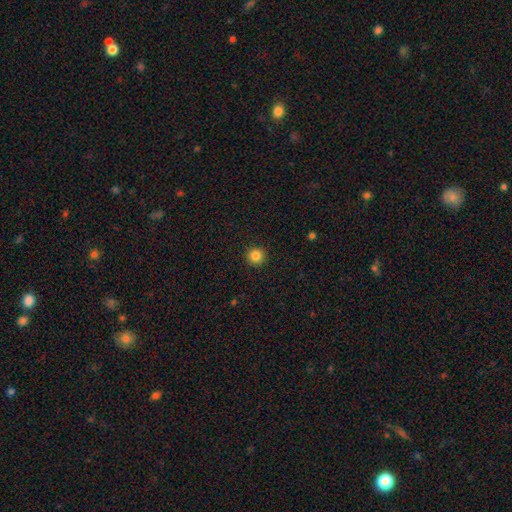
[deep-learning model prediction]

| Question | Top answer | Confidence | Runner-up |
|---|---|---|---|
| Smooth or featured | smooth | 85% | star or artifact (11%) |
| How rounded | round | 95% | in between (4%) |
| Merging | none | 93% | minor disturbance (5%) |